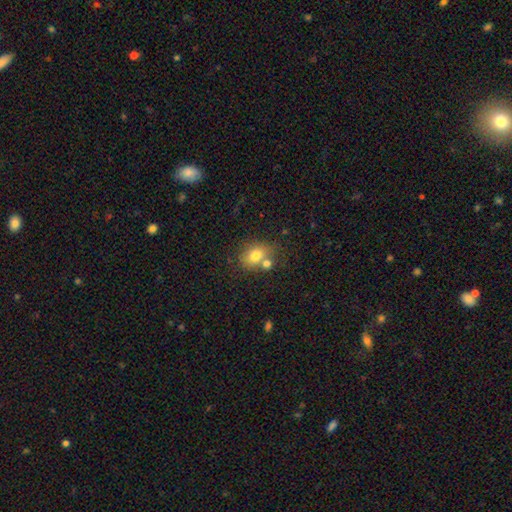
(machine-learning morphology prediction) A smooth galaxy with no disk features (75%) that is in between round and cigar-shaped (64%). Merging: none (51%).